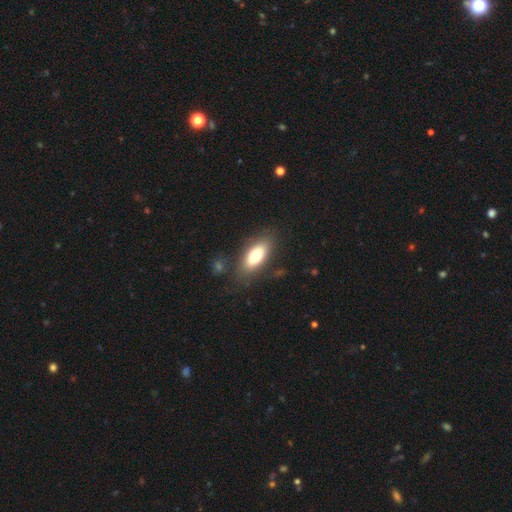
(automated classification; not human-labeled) Q: Smooth or featured?
A: smooth (77%); runner-up: featured or disk (16%)
Q: How rounded?
A: in between (83%); runner-up: cigar-shaped (14%)
Q: Merging?
A: none (79%); runner-up: minor disturbance (13%)